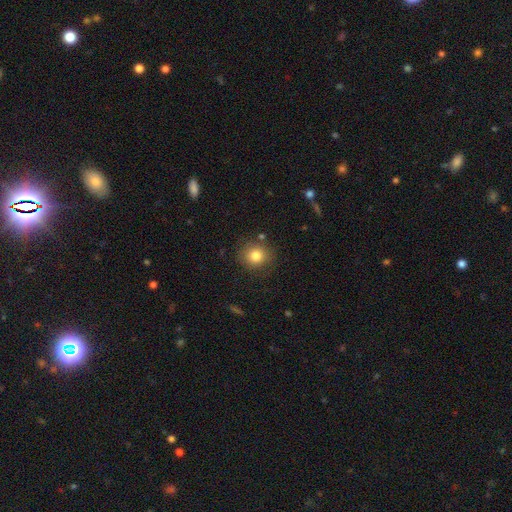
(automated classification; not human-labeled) smooth-or-featured: smooth: 81% | star or artifact: 11% | featured or disk: 8%
  how-rounded: round: 87% | in between: 12% | cigar-shaped: 1%
  merging: none: 84% | minor disturbance: 10% | major disturbance: 3% | merger: 3%